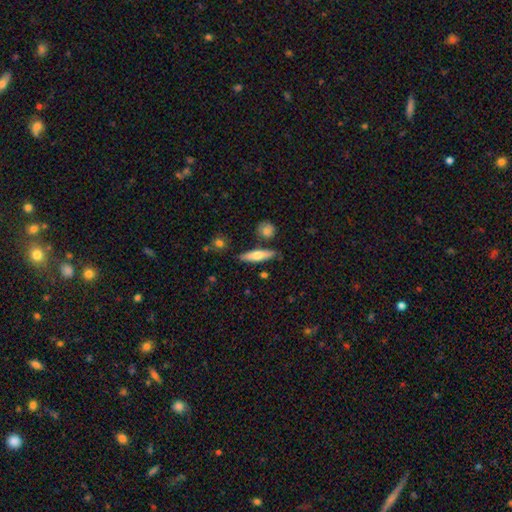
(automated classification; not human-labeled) Morphology: type=smooth (60%); roundness=cigar-shaped (72%); merging=none (81%).